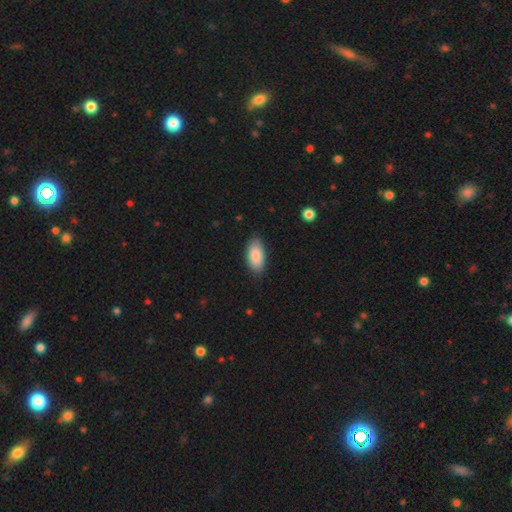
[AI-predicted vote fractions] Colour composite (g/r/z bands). It shows a smooth galaxy with no disk features (87%) that is in between round and cigar-shaped (93%). Merging: none (85%).